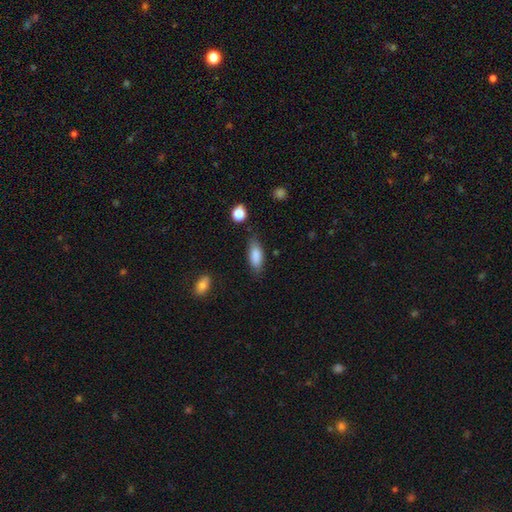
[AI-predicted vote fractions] smooth 86%, featured or disk 8%, star or artifact 7%. Down the decision tree: how rounded — in between (78%); merging — none (77%).